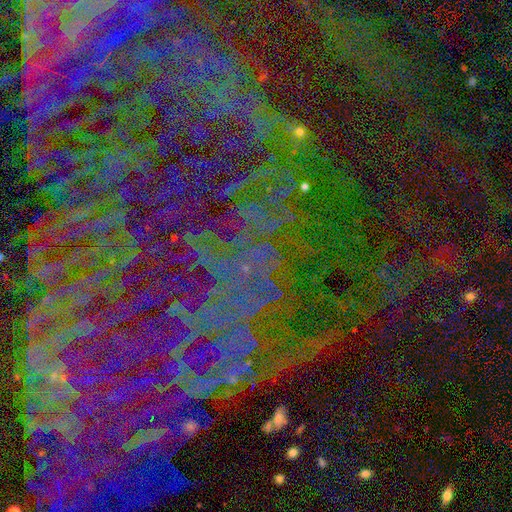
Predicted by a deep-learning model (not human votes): The model was most divided on "smooth or featured": star or artifact: 84%, featured or disk: 8%, smooth: 8%.